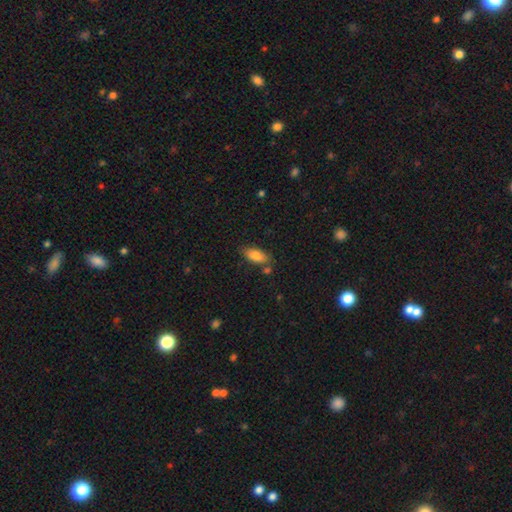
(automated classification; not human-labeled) Smooth or featured?
  - smooth: 82% *
  - featured or disk: 11%
  - star or artifact: 7%
How rounded?
  - in between: 84% *
  - cigar-shaped: 14%
  - round: 2%
Merging?
  - none: 73% *
  - minor disturbance: 15%
  - merger: 8%
  - major disturbance: 3%